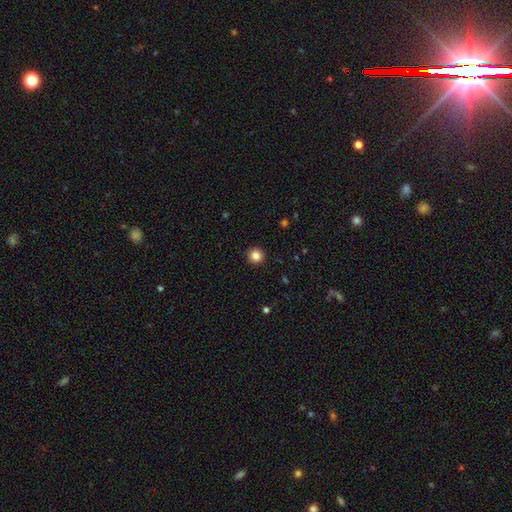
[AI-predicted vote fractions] Q: Smooth or featured?
A: smooth (85%); runner-up: star or artifact (11%)
Q: How rounded?
A: round (95%); runner-up: in between (4%)
Q: Merging?
A: none (93%); runner-up: minor disturbance (4%)